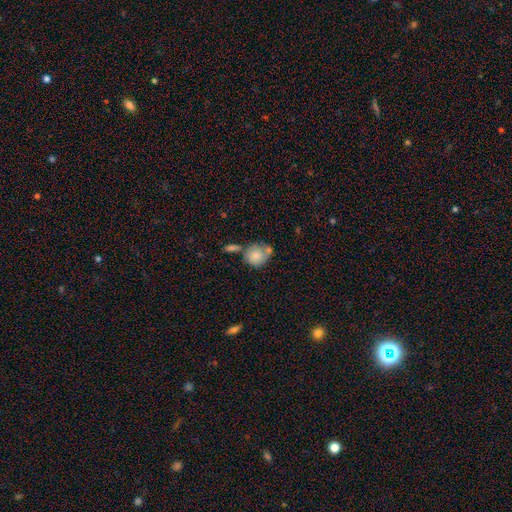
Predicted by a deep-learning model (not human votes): smooth 75%, featured or disk 18%, star or artifact 8%. Down the decision tree: how rounded — round (76%); merging — none (40%).